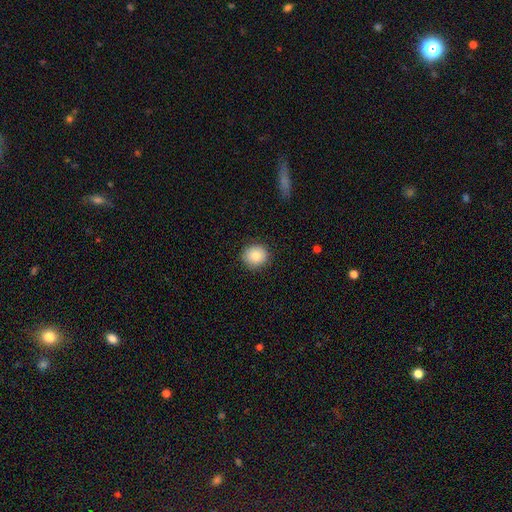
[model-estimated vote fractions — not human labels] This appears to be a smooth galaxy with no disk features (83%) that is round (86%). Merging: none (88%).